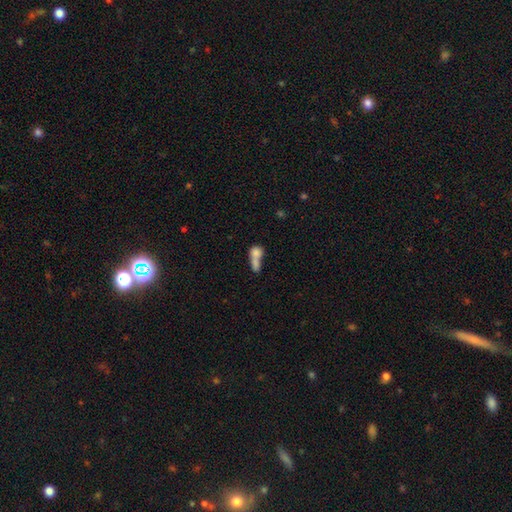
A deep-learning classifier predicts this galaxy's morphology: Smooth or featured? Predicted: smooth (p=0.73). How rounded? Predicted: in between (p=0.50). Merging? Predicted: merger (p=0.67).